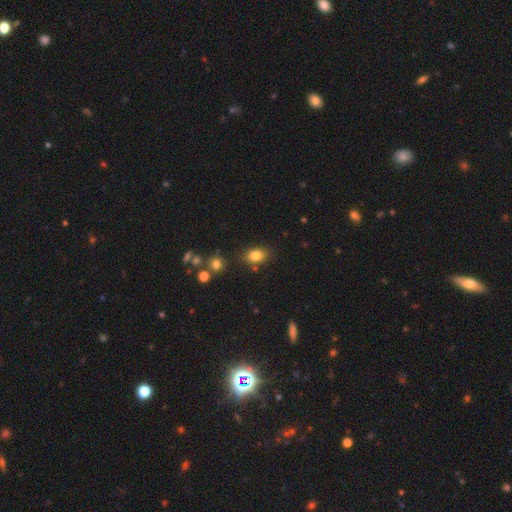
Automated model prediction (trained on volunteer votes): smooth 81%, star or artifact 11%, featured or disk 8%. Down the decision tree: how rounded — in between (79%); merging — none (79%).